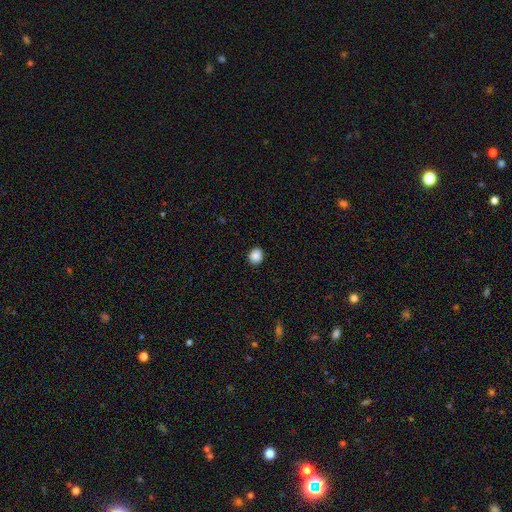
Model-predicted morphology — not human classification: Q: Smooth or featured?
A: smooth (88%); runner-up: star or artifact (9%)
Q: How rounded?
A: round (77%); runner-up: in between (22%)
Q: Merging?
A: none (89%); runner-up: minor disturbance (8%)